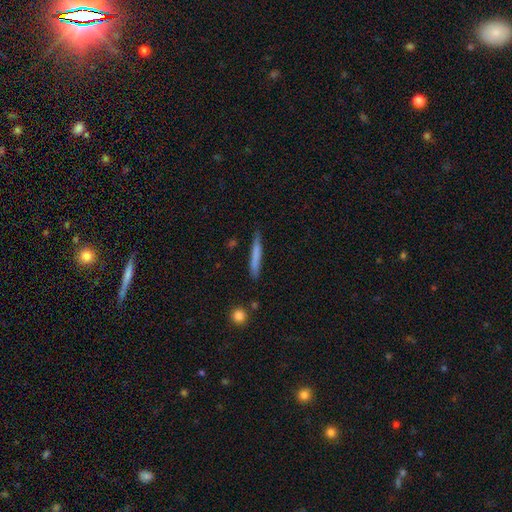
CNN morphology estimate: A smooth galaxy with no disk features (70%) that is cigar-shaped (96%).

Vote fractions:
- Smooth or featured? smooth: 70% / featured or disk: 24% / star or artifact: 6%
- How rounded? cigar-shaped: 96% / in between: 3% / round: 1%
- Merging? none: 84% / minor disturbance: 12% / major disturbance: 2% / merger: 2%